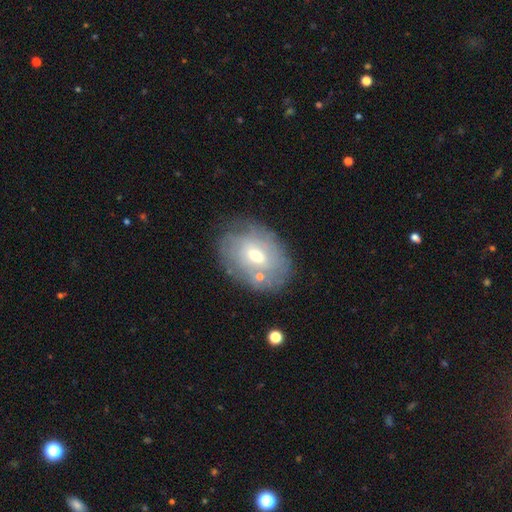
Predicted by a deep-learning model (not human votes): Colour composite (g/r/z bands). It shows a featured or disk galaxy (55%) with no bar (49%), spiral arms (50%, tied with no) and a moderate central bulge (54%). Merging: none (69%).